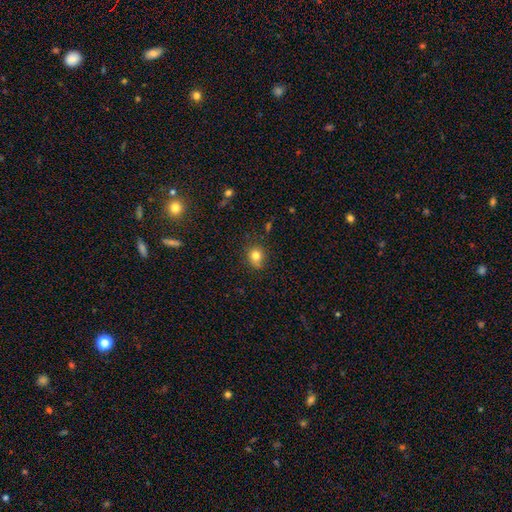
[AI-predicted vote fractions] The model was most divided on "how rounded": round: 73%, in between: 26%, cigar-shaped: 1%. More confident: smooth or featured — smooth (80%); merging — none (76%).